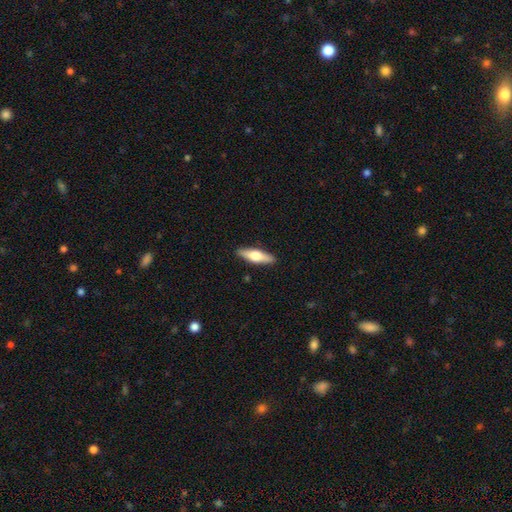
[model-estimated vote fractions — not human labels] This is possibly a smooth galaxy (50%). Merging: clearly none (90%).